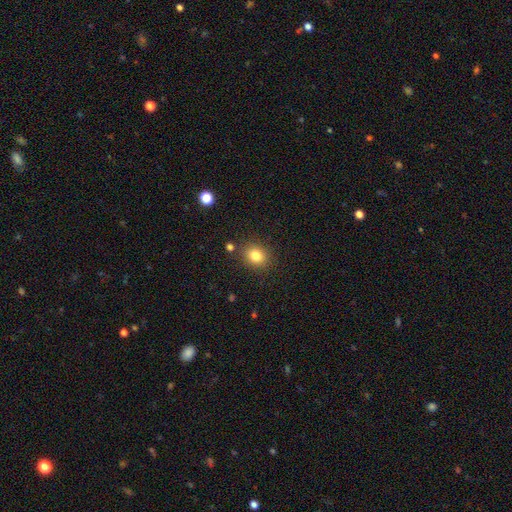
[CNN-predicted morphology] smooth 81%, star or artifact 12%, featured or disk 7%. Down the decision tree: how rounded — round (65%); merging — none (85%).